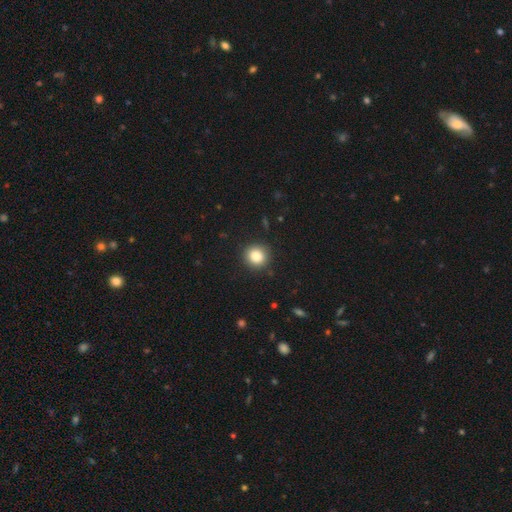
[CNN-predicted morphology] A smooth galaxy with no disk features (84%) that is round (91%). Merging: none (90%).